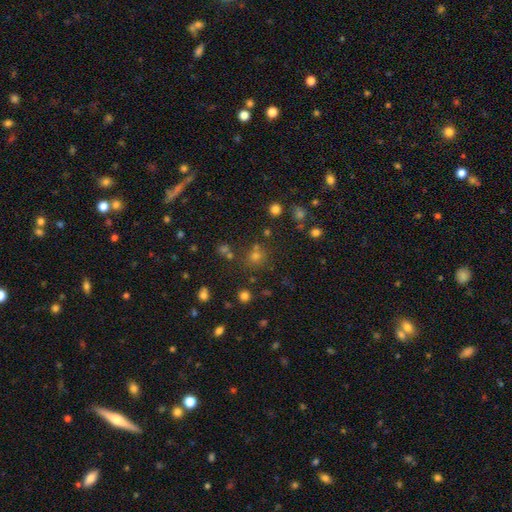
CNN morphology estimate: Smooth or featured: smooth — 54% (star or artifact — 38%)
How rounded: round — 89% (in between — 10%)
Merging: none — 77% (merger — 10%)